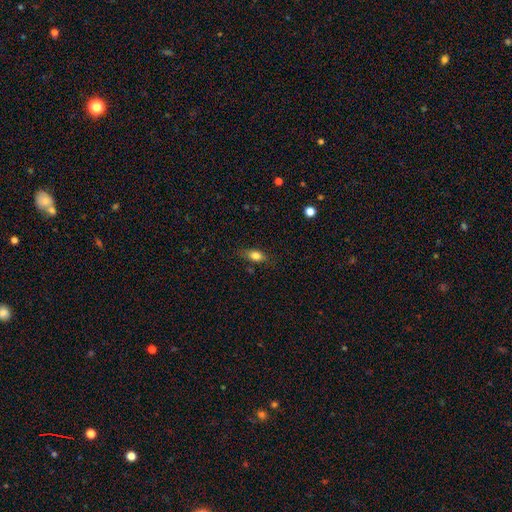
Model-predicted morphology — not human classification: Smooth or featured: smooth — 79% (featured or disk — 12%)
How rounded: in between — 78% (cigar-shaped — 13%)
Merging: none — 75% (minor disturbance — 18%)